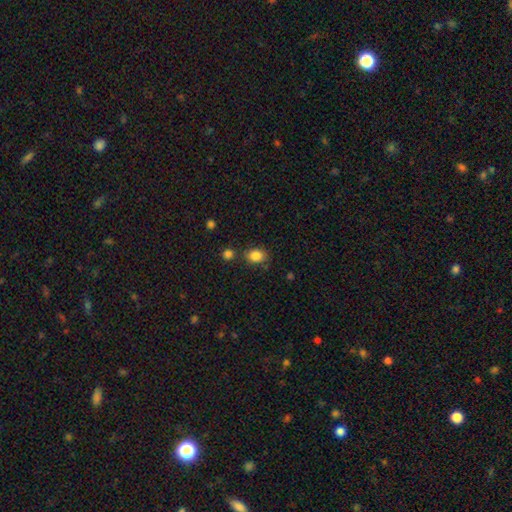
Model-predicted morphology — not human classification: The model was most divided on "how rounded": in between: 54%, round: 45%, cigar-shaped: 1%. More confident: smooth or featured — smooth (85%); merging — none (74%).